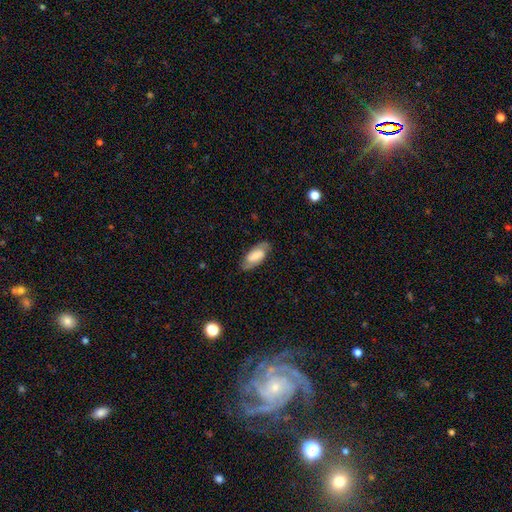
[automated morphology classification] A featured or disk galaxy (48%). Merging: none (79%).